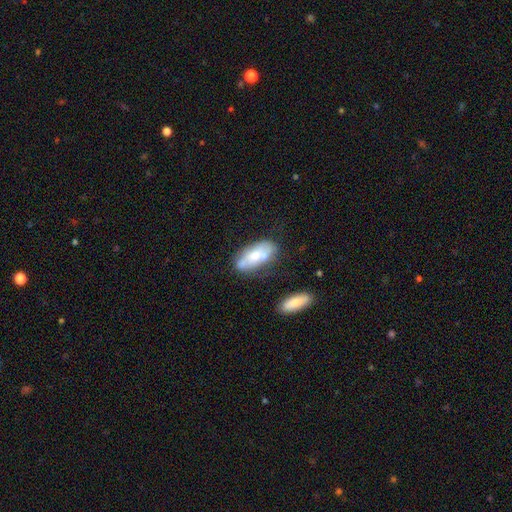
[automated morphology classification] type=smooth (52%); roundness=in between (84%); merging=none (56%).